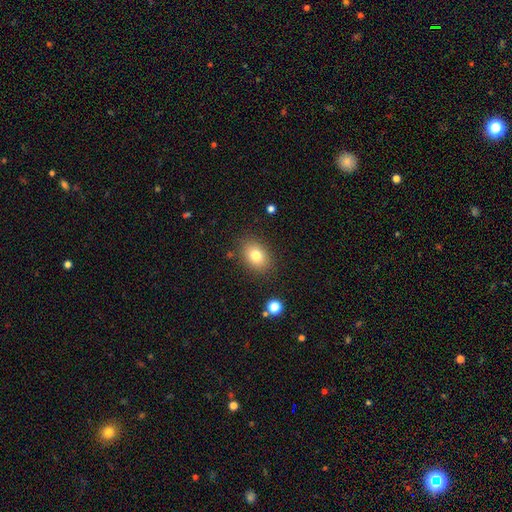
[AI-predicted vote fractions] The model was most divided on "how rounded": in between: 67%, round: 32%, cigar-shaped: 1%. More confident: merging — none (84%); smooth or featured — smooth (79%).